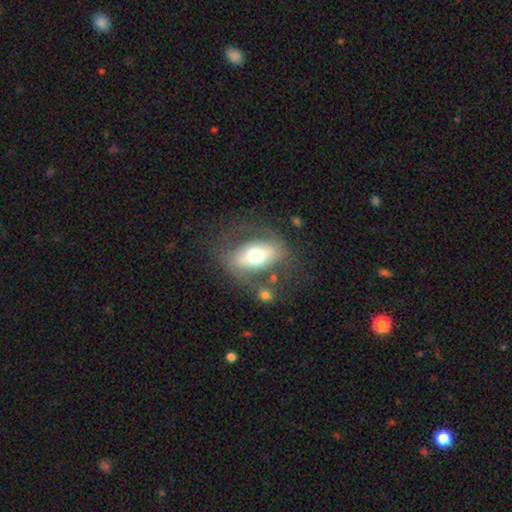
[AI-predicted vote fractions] Smooth or featured? featured or disk (49%)
Merging? none (59%)